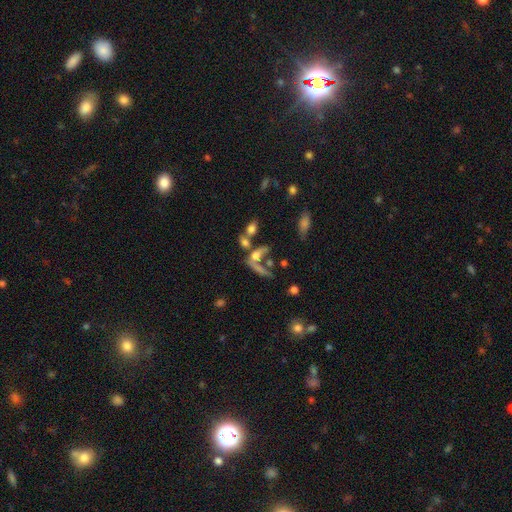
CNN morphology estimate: smooth_or_featured: smooth (p=0.49) [alt: featured or disk p=0.35]
merging: merger (p=0.47) [alt: none p=0.23]